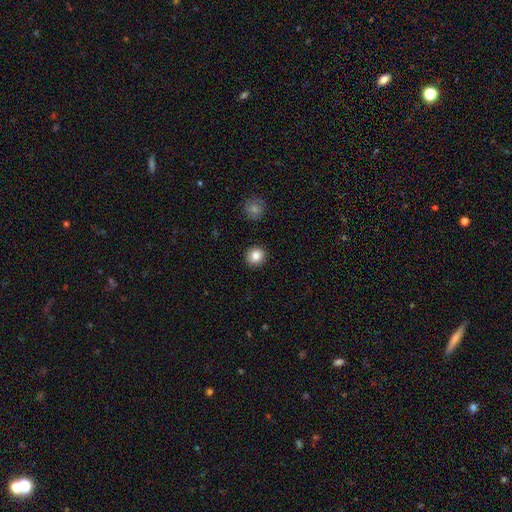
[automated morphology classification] smooth 85%, star or artifact 10%, featured or disk 6%. Down the decision tree: how rounded — round (89%); merging — none (92%).